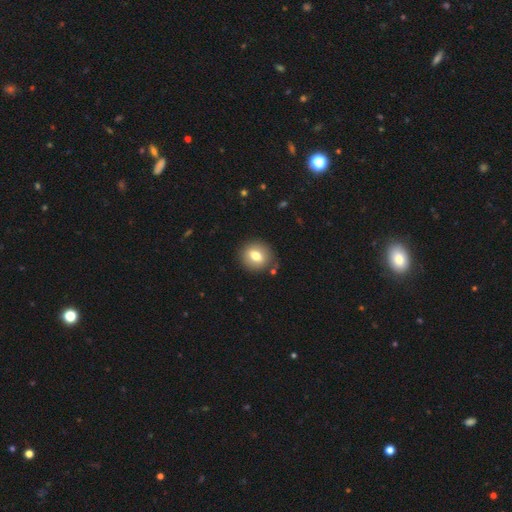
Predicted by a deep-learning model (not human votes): The model was most divided on "how rounded": round: 73%, in between: 25%, cigar-shaped: 1%. More confident: merging — none (86%); smooth or featured — smooth (74%).